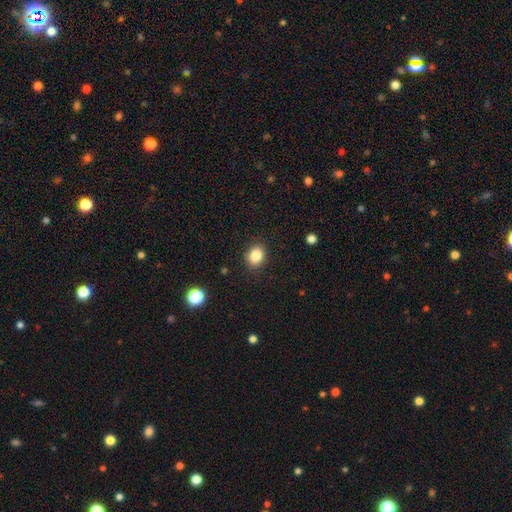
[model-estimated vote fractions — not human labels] Q: Smooth or featured?
A: smooth (85%); runner-up: star or artifact (10%)
Q: How rounded?
A: round (53%); runner-up: in between (46%)
Q: Merging?
A: none (88%); runner-up: minor disturbance (8%)